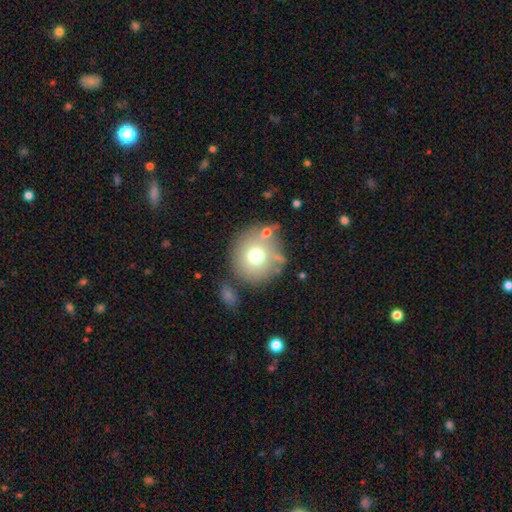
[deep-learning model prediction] Smooth or featured?
  - smooth: 67% *
  - featured or disk: 20%
  - star or artifact: 13%
How rounded?
  - round: 89% *
  - in between: 10%
  - cigar-shaped: 1%
Merging?
  - none: 67% *
  - minor disturbance: 15%
  - merger: 10%
  - major disturbance: 8%